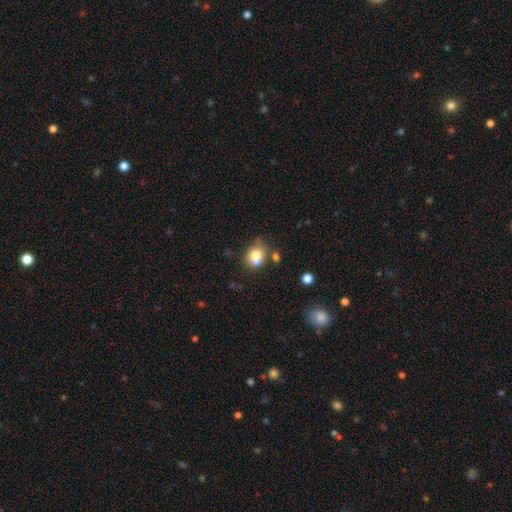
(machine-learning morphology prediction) Smooth or featured? Predicted: smooth (p=0.74). How rounded? Predicted: round (p=0.55). Merging? Predicted: none (p=0.45).